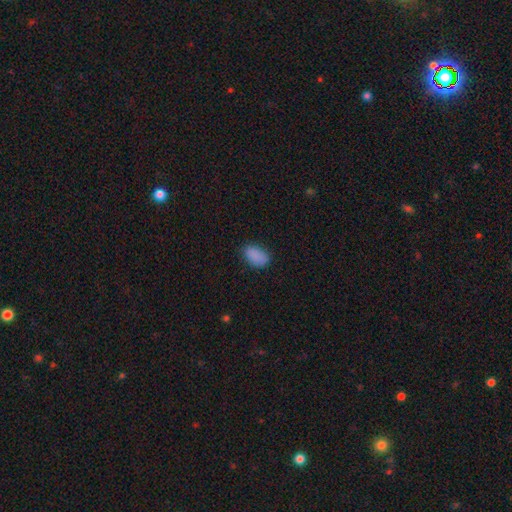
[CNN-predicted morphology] smooth-or-featured: smooth: 87% | star or artifact: 9% | featured or disk: 4%
  how-rounded: in between: 90% | round: 8% | cigar-shaped: 2%
  merging: none: 81% | minor disturbance: 15% | major disturbance: 3% | merger: 1%